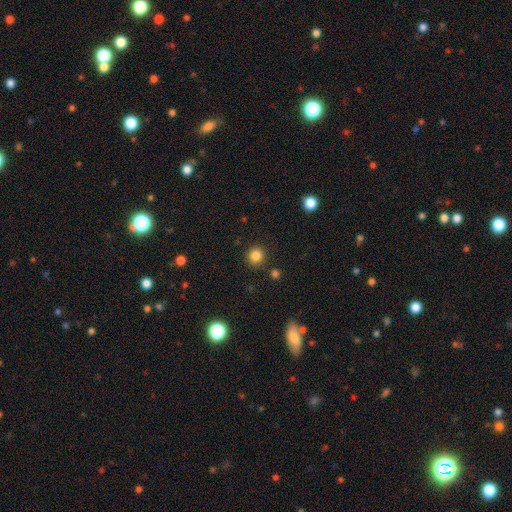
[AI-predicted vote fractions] The model was most divided on "smooth or featured": smooth: 84%, star or artifact: 12%, featured or disk: 4%. More confident: how rounded — round (92%); merging — none (89%).